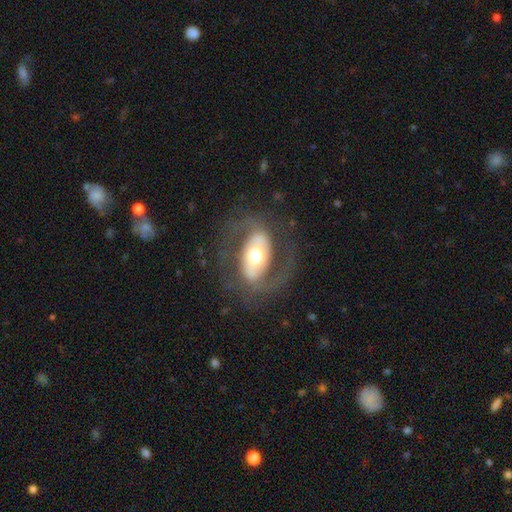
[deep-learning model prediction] Q: Smooth or featured?
A: featured or disk (76%); runner-up: smooth (18%)
Q: Edge-on disk?
A: no (94%); runner-up: yes (6%)
Q: Bar?
A: no (44%); runner-up: strong (30%)
Q: Spiral arms?
A: yes (75%); runner-up: no (25%)
Q: Spiral winding?
A: medium (47%); runner-up: loose (32%)
Q: Spiral arm count?
A: 2 (85%); runner-up: can't tell (7%)
Q: Bulge size?
A: moderate (64%); runner-up: large (23%)
Q: Merging?
A: none (69%); runner-up: major disturbance (16%)